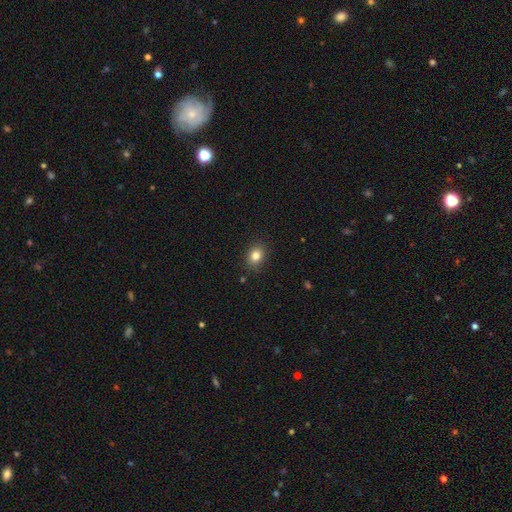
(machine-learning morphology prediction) type=smooth (83%); roundness=in between (56%); merging=none (88%).